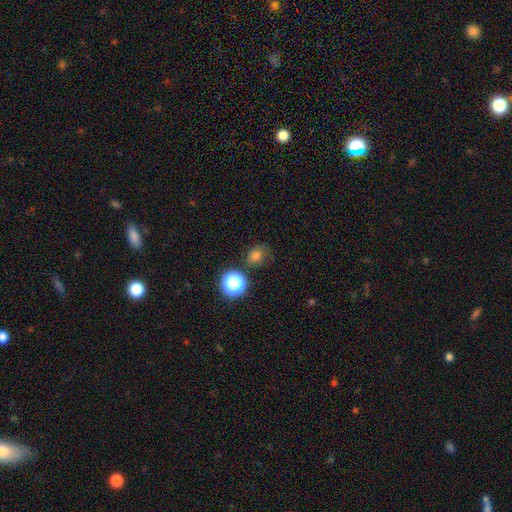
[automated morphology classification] Smooth or featured?
  - smooth: 73% *
  - star or artifact: 21%
  - featured or disk: 6%
How rounded?
  - round: 66% *
  - in between: 33%
  - cigar-shaped: 1%
Merging?
  - none: 72% *
  - minor disturbance: 17%
  - major disturbance: 6%
  - merger: 5%